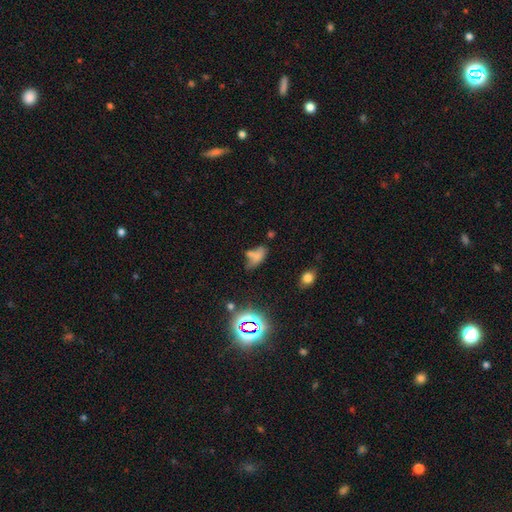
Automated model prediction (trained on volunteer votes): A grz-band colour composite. It shows a smooth galaxy with no disk features (60%) that is in between round and cigar-shaped (81%). Merging: none (36%).